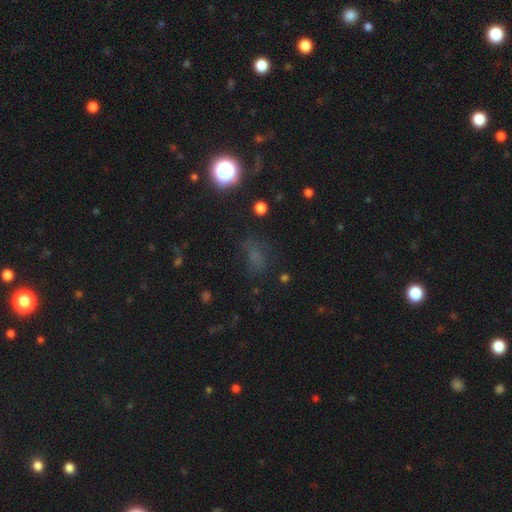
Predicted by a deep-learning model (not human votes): Overall: smooth (49%; star or artifact 38%). Merging: none (60%; minor disturbance 20%).